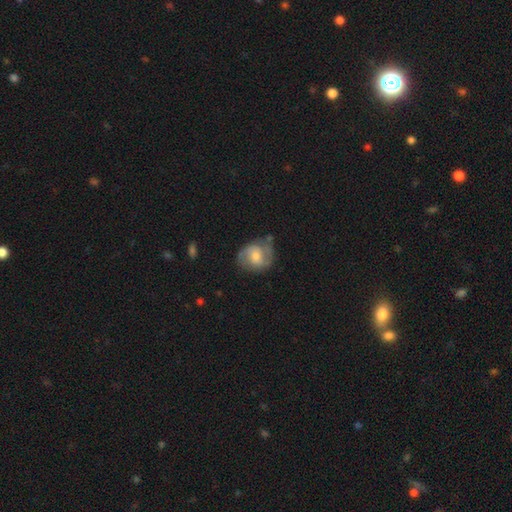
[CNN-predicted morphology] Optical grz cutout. It shows a featured or disk galaxy (61%) with no bar (51%), 2 (80%) medium (48%) spiral arms (86%) and a moderate central bulge (54%). Merging: none (62%).